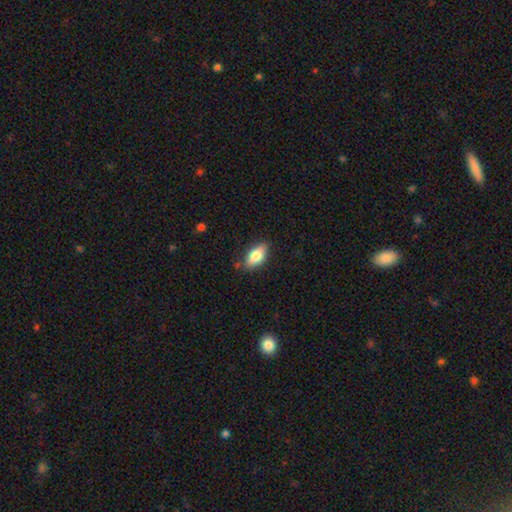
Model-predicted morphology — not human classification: Smooth or featured: smooth — 78% (featured or disk — 15%)
How rounded: in between — 88% (cigar-shaped — 8%)
Merging: none — 82% (minor disturbance — 14%)